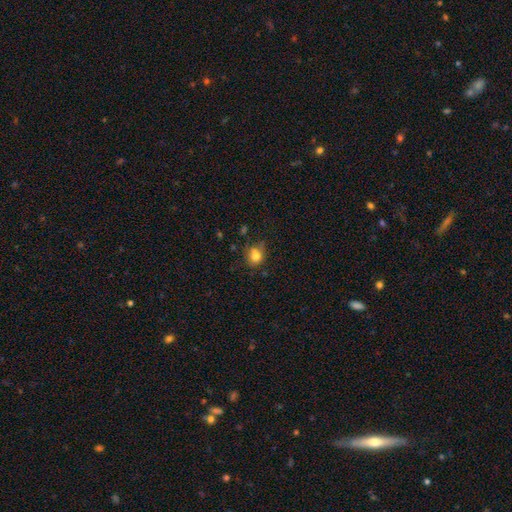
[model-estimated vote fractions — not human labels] Morphology: type=smooth (78%); roundness=round (65%); merging=none (60%).